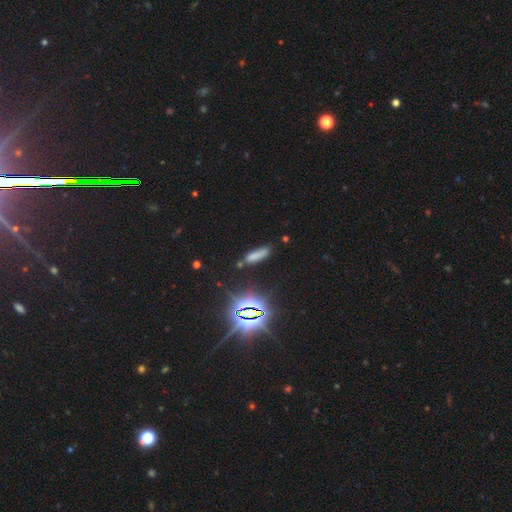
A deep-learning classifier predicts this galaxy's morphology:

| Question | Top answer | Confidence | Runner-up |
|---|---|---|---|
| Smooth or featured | smooth | 66% | star or artifact (24%) |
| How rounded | cigar-shaped | 62% | in between (35%) |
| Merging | none | 73% | minor disturbance (17%) |